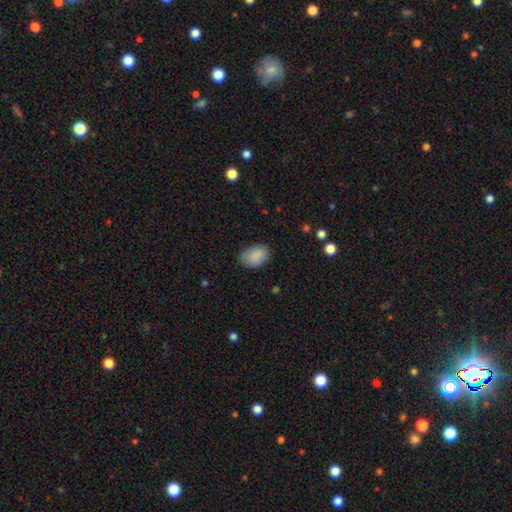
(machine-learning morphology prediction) This appears to be a smooth galaxy with no disk features (89%) that is in between round and cigar-shaped (81%). Merging: none (79%).